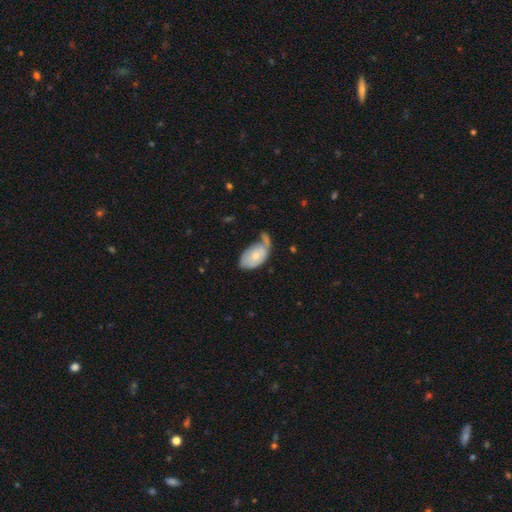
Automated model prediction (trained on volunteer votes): smooth_or_featured: smooth (p=0.63) [alt: featured or disk p=0.31]
how_rounded: in between (p=0.92) [alt: round p=0.07]
merging: none (p=0.29) [tied with: minor disturbance p=0.29]